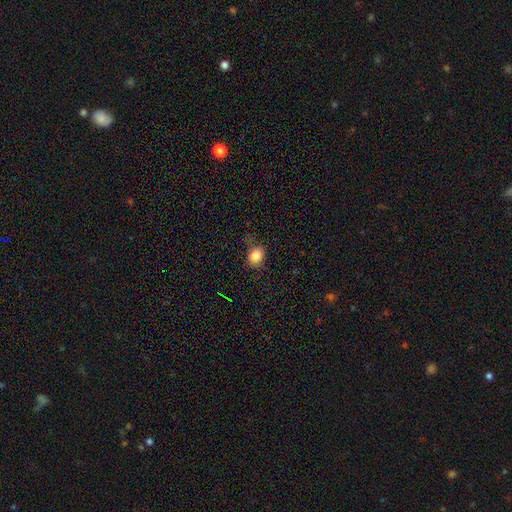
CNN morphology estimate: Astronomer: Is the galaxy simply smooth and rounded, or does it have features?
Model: smooth — 83%.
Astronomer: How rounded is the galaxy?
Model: round — 50% (runner-up: in between, 49%).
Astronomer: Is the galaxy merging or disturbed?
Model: none — 73%.